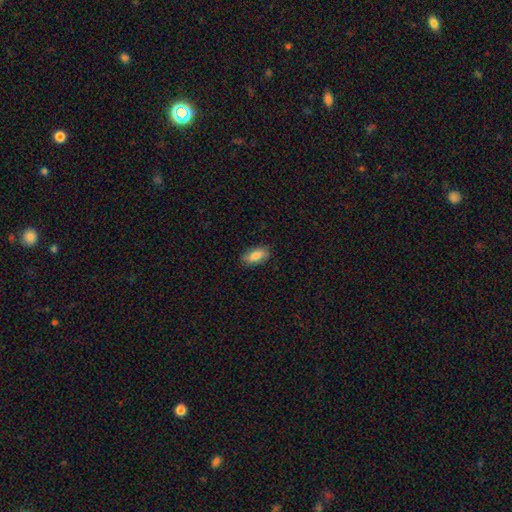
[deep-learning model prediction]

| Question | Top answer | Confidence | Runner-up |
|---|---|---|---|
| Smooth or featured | smooth | 81% | featured or disk (13%) |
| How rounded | in between | 89% | cigar-shaped (8%) |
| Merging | none | 86% | minor disturbance (11%) |